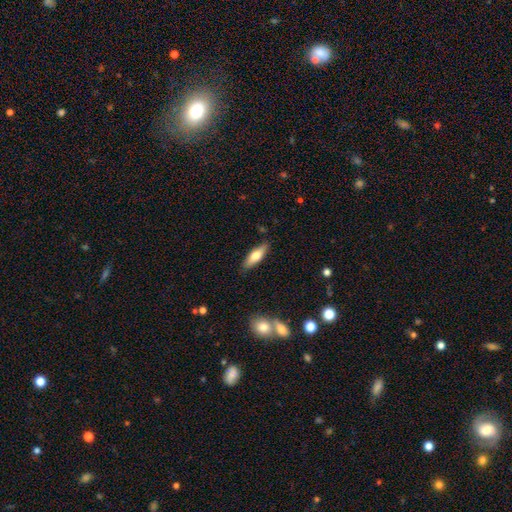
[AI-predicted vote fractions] Smooth or featured?
  - smooth: 67% *
  - featured or disk: 27%
  - star or artifact: 6%
How rounded?
  - in between: 49% * (tied)
  - cigar-shaped: 49% * (tied)
  - round: 2%
Merging?
  - none: 85% *
  - minor disturbance: 11%
  - major disturbance: 2%
  - merger: 2%